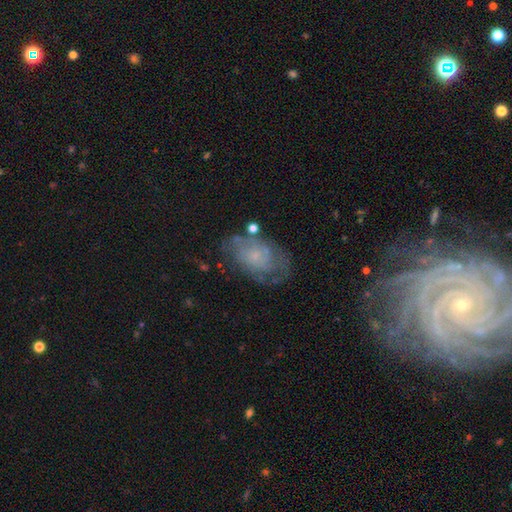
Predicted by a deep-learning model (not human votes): Smooth or featured?
  - featured or disk: 55% *
  - smooth: 34%
  - star or artifact: 11%
Edge-on disk?
  - no: 96% *
  - yes: 4%
Bar?
  - no: 80% *
  - weak: 17%
  - strong: 3%
Spiral arms?
  - yes: 69% *
  - no: 31%
Bulge size?
  - small: 65% *
  - none: 17%
  - moderate: 14%
  - large: 2%
  - dominant: 1%
Merging?
  - none: 58% *
  - minor disturbance: 24%
  - major disturbance: 15%
  - merger: 4%